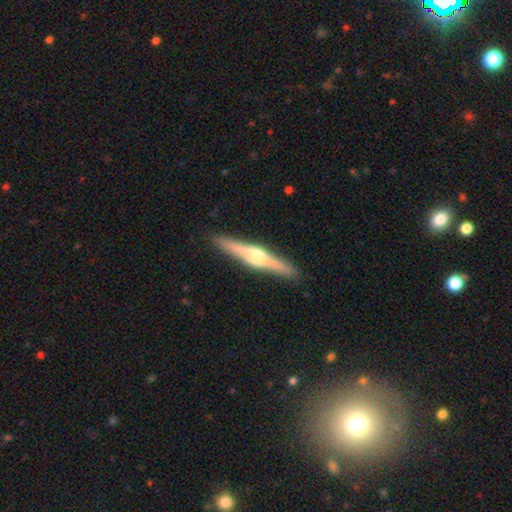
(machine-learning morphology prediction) Smooth or featured: featured or disk — 73% (smooth — 21%)
Edge-on disk: yes — 98% (no — 2%)
Edge-on bulge: rounded — 87% (boxy — 10%)
Merging: none — 91% (minor disturbance — 7%)